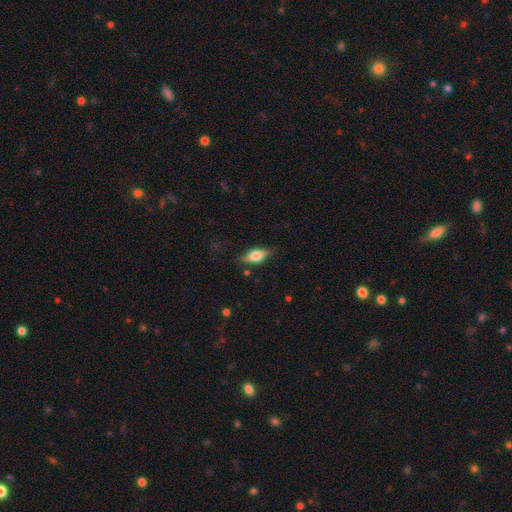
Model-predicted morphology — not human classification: A smooth galaxy with no disk features (65%) that is in between round and cigar-shaped (80%).

Vote fractions:
- Smooth or featured? smooth: 65% / featured or disk: 27% / star or artifact: 7%
- How rounded? in between: 80% / cigar-shaped: 15% / round: 5%
- Merging? none: 78% / minor disturbance: 16% / major disturbance: 4% / merger: 1%